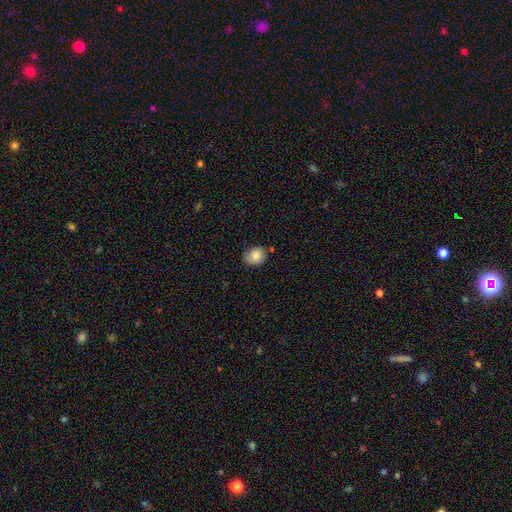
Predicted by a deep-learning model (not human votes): Smooth or featured? smooth (81%)
How rounded? round (61%)
Merging? none (70%)